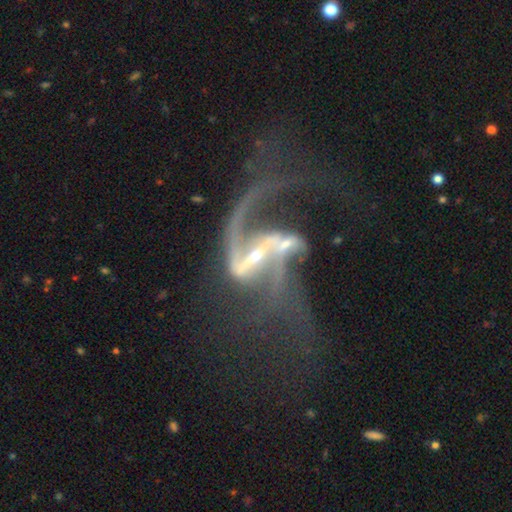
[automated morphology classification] A featured or disk galaxy (89%) with a strong bar (56%), 2 (72%) loose (79%) spiral arms (92%) and a small central bulge (66%).

Vote fractions:
- Smooth or featured? featured or disk: 89% / star or artifact: 7% / smooth: 4%
- Edge-on disk? no: 95% / yes: 5%
- Bar? strong: 56% / weak: 28% / no: 16%
- Spiral arms? yes: 92% / no: 8%
- Spiral winding? loose: 79% / medium: 17% / tight: 4%
- Spiral arm count? 2: 72% / 1: 15% / can't tell: 5% / 3: 3% / 4: 2% / more than 4: 2%
- Bulge size? small: 66% / moderate: 25% / none: 6% / large: 2% / dominant: 1%
- Merging? major disturbance: 33% / merger: 32% / none: 25% / minor disturbance: 10%